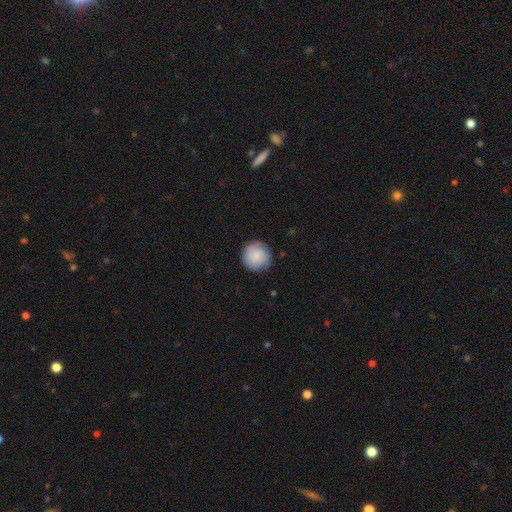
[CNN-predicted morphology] This is likely a smooth galaxy (76%). How rounded: clearly round (95%). Merging: clearly none (85%).